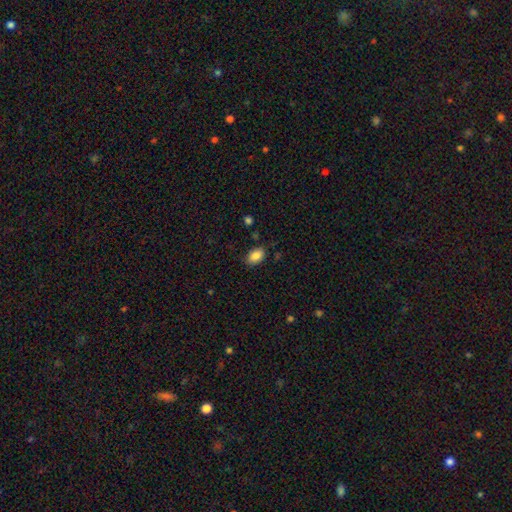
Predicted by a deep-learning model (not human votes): Smooth or featured?
  - smooth: 86% *
  - star or artifact: 8%
  - featured or disk: 6%
How rounded?
  - in between: 85% *
  - round: 14%
  - cigar-shaped: 1%
Merging?
  - none: 80% *
  - minor disturbance: 15%
  - major disturbance: 3%
  - merger: 2%